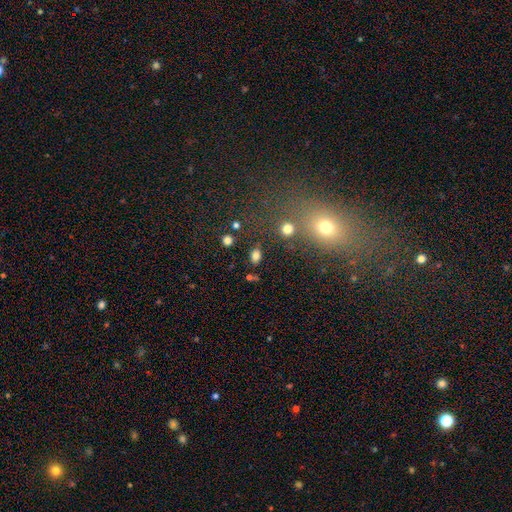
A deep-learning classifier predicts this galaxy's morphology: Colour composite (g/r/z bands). It shows a smooth galaxy with no disk features (79%) that is in between round and cigar-shaped (79%). Merging: none (82%).